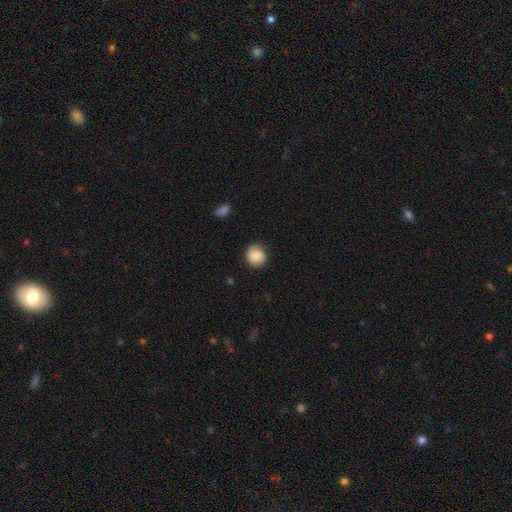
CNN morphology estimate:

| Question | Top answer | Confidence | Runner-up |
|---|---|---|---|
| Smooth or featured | smooth | 84% | featured or disk (8%) |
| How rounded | round | 86% | in between (13%) |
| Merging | none | 80% | minor disturbance (16%) |